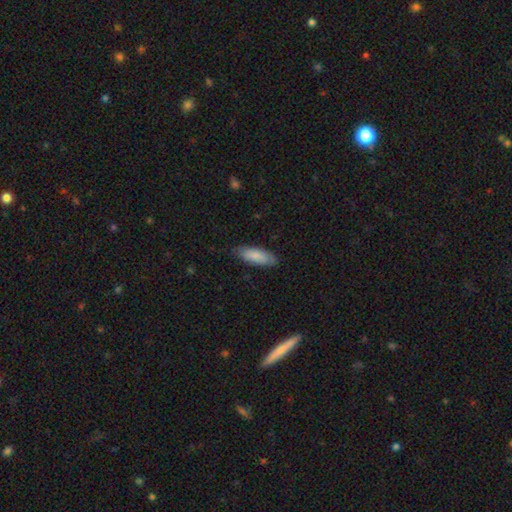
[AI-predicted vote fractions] Smooth or featured? smooth (84%)
How rounded? in between (67%)
Merging? none (81%)